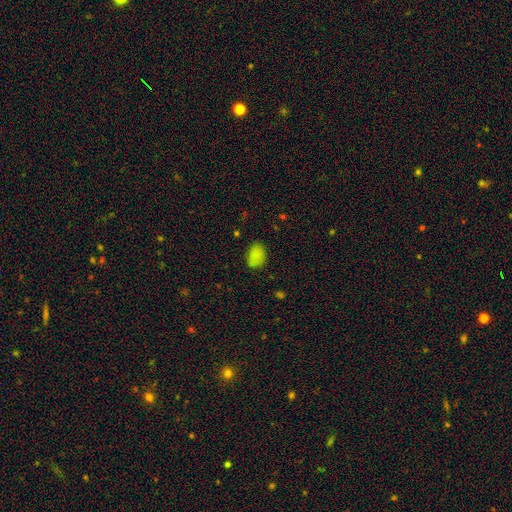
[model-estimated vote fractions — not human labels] A smooth galaxy with no disk features (83%) that is in between round and cigar-shaped (81%).

Vote fractions:
- Smooth or featured? smooth: 83% / star or artifact: 13% / featured or disk: 5%
- How rounded? in between: 81% / round: 18% / cigar-shaped: 1%
- Merging? none: 79% / minor disturbance: 16% / major disturbance: 4% / merger: 2%